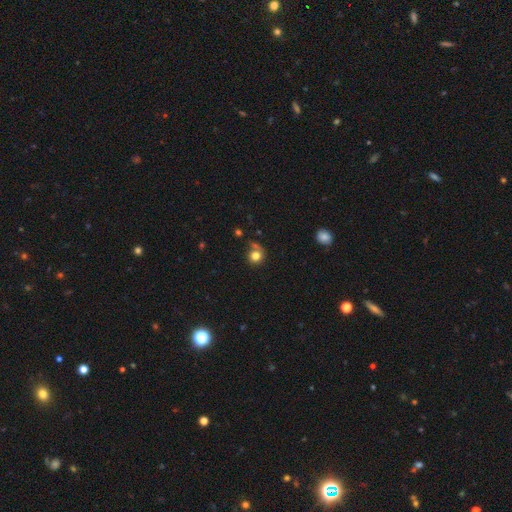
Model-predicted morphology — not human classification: smooth_or_featured: smooth (p=0.80) [alt: star or artifact p=0.12]
how_rounded: round (p=0.87) [alt: in between p=0.12]
merging: none (p=0.65) [alt: minor disturbance p=0.15]